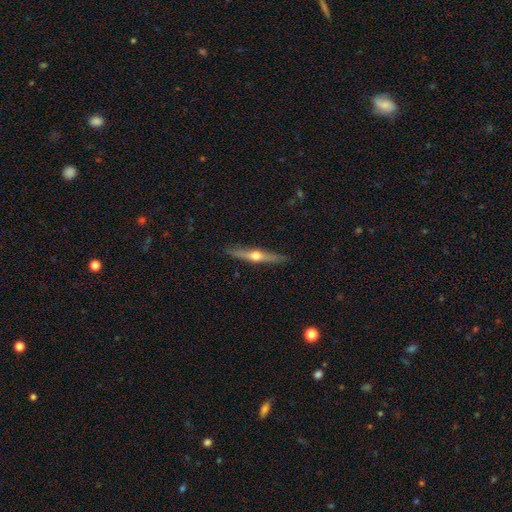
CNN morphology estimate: type=featured or disk (72%); edge-on=yes (97%); edge-on bulge=rounded (95%); merging=none (90%).